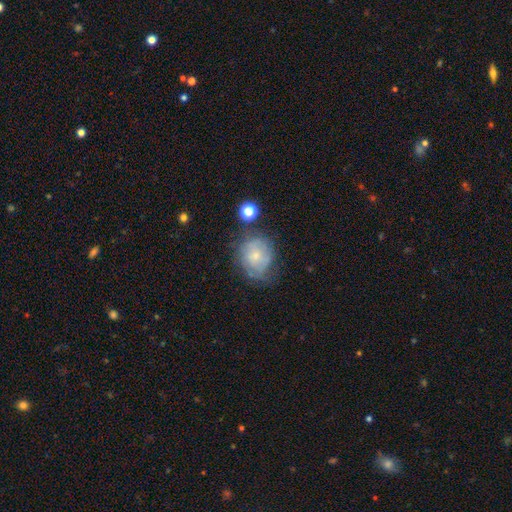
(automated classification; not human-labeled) Smooth or featured? Predicted: featured or disk (p=0.46). Merging? Predicted: none (p=0.49).